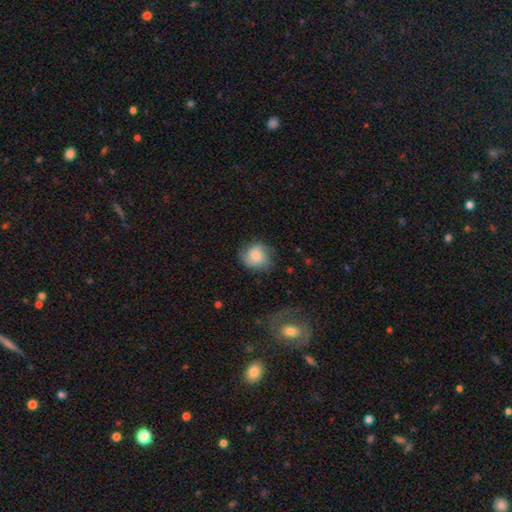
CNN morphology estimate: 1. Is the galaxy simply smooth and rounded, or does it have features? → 58% smooth, 34% featured or disk, 8% star or artifact.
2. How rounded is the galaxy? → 73% round, 26% in between, 1% cigar-shaped.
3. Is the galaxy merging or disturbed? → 65% none, 24% minor disturbance, 10% major disturbance, 2% merger.